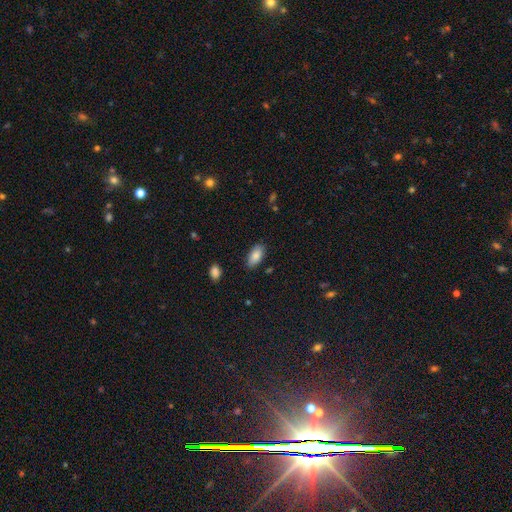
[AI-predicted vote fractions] smooth-or-featured: smooth: 85% | featured or disk: 8% | star or artifact: 7%
  how-rounded: in between: 92% | cigar-shaped: 5% | round: 3%
  merging: none: 83% | minor disturbance: 13% | major disturbance: 3% | merger: 2%